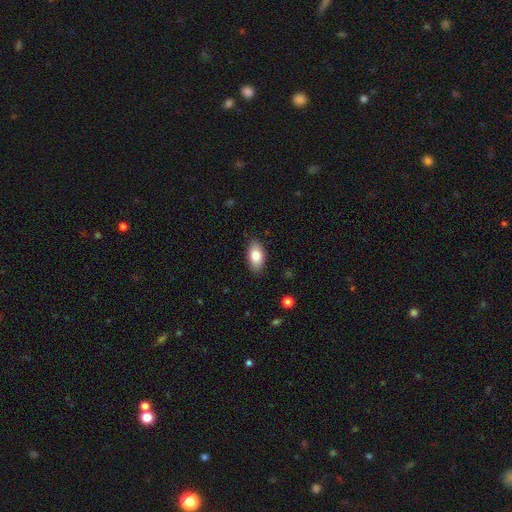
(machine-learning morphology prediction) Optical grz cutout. It shows a smooth galaxy with no disk features (83%) that is in between round and cigar-shaped (93%). Merging: none (85%).